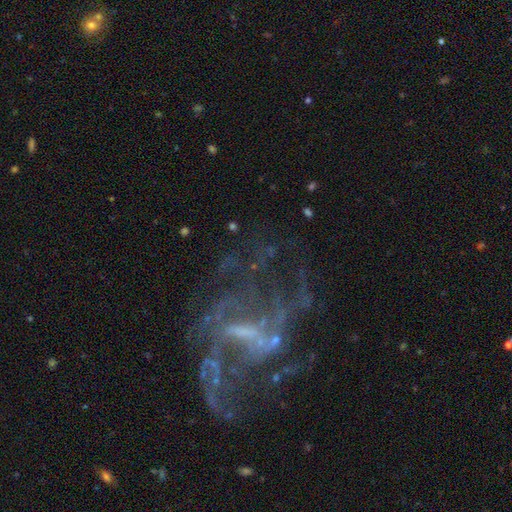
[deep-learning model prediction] Smooth or featured?
  - featured or disk: 75% *
  - star or artifact: 18%
  - smooth: 7%
Edge-on disk?
  - no: 96% *
  - yes: 4%
Bar?
  - weak: 45% *
  - no: 33%
  - strong: 22%
Spiral arms?
  - yes: 70% *
  - no: 30%
Spiral winding?
  - loose: 55% *
  - medium: 32%
  - tight: 13%
Spiral arm count?
  - can't tell: 42% *
  - 2: 20%
  - 3: 13%
  - 4: 9%
  - 1: 8%
  - more than 4: 7%
Bulge size?
  - small: 42% *
  - none: 38%
  - moderate: 18%
  - large: 2%
  - dominant: 1%
Merging?
  - none: 43% *
  - major disturbance: 37%
  - minor disturbance: 14%
  - merger: 6%